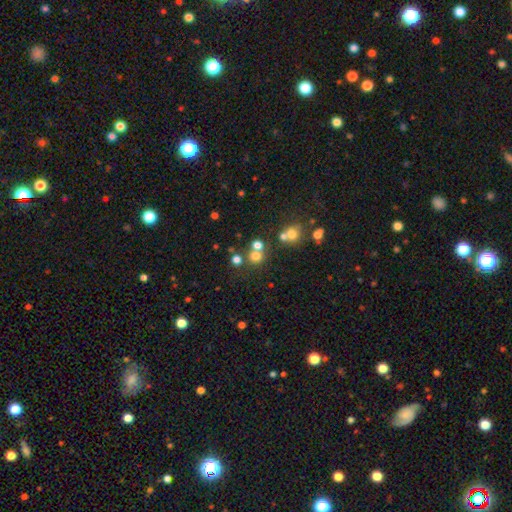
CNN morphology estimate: smooth 67%, star or artifact 21%, featured or disk 12%. Down the decision tree: how rounded — round (88%); merging — none (58%).